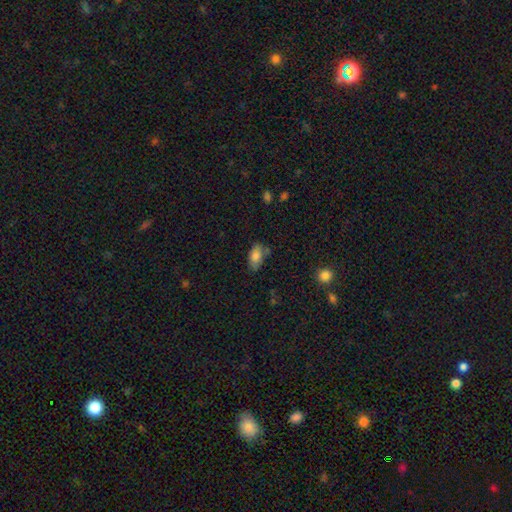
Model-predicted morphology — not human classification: type=smooth (82%); roundness=in between (90%); merging=none (56%).